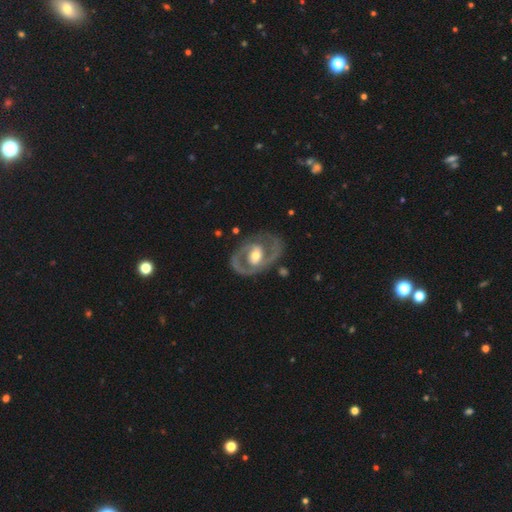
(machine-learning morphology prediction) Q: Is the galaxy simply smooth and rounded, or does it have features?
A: featured or disk — 85%.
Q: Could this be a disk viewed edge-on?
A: no — 97%.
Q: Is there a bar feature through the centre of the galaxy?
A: no — 41%.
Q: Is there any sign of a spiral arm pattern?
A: yes — 85%.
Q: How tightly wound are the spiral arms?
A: medium — 52%.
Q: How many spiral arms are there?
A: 2 — 83%.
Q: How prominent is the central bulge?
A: moderate — 70%.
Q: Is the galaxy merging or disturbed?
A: none — 75%.